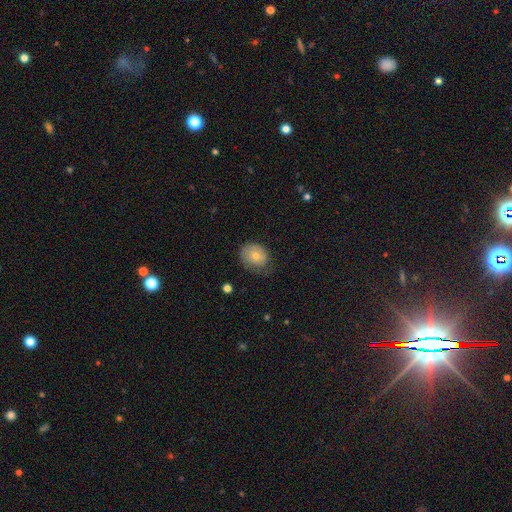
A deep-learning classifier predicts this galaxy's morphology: Smooth or featured? Predicted: smooth (p=0.75). How rounded? Predicted: in between (p=0.52). Merging? Predicted: none (p=0.56).